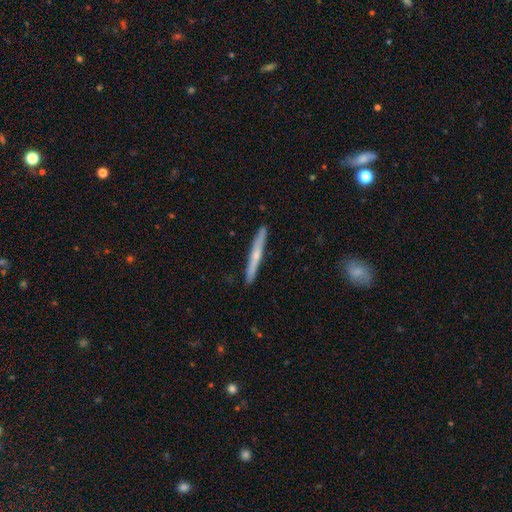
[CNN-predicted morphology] Smooth or featured: featured or disk — 53% (smooth — 41%)
Edge-on disk: yes — 96% (no — 4%)
Edge-on bulge: rounded — 60% (none — 36%)
Merging: none — 92% (minor disturbance — 6%)